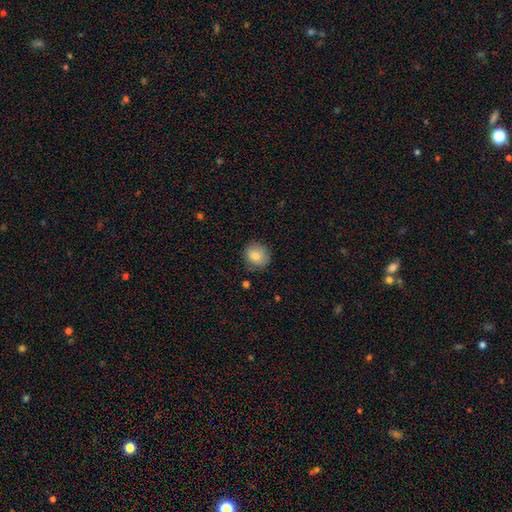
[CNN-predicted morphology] smooth-or-featured: smooth: 84% | star or artifact: 8% | featured or disk: 8%
  how-rounded: round: 80% | in between: 19% | cigar-shaped: 1%
  merging: none: 82% | minor disturbance: 14% | major disturbance: 3% | merger: 2%